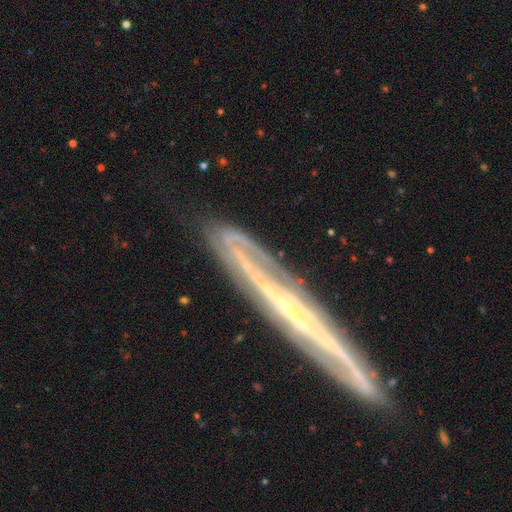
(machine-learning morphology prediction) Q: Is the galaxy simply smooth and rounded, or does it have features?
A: featured or disk — 84%.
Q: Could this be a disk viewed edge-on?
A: yes — 72%.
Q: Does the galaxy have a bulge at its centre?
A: none — 68%.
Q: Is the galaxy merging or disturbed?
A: none — 77%.